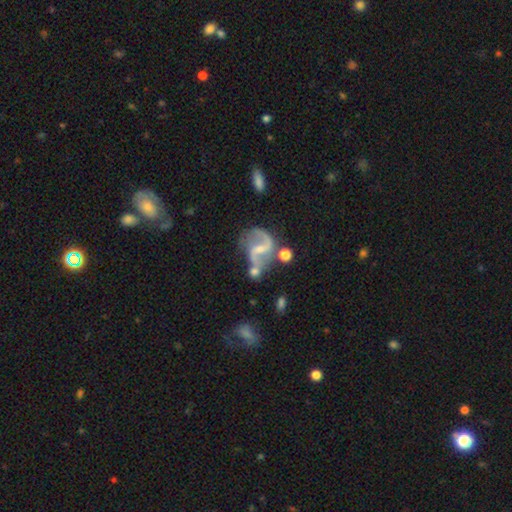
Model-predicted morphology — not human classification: A featured or disk galaxy (83%) with a weak bar (43%), 2 (85%) loose (53%) spiral arms (92%) and a small central bulge (56%).

Vote fractions:
- Smooth or featured? featured or disk: 83% / smooth: 9% / star or artifact: 8%
- Edge-on disk? no: 97% / yes: 3%
- Bar? weak: 43% / strong: 31% / no: 26%
- Spiral arms? yes: 92% / no: 8%
- Spiral winding? loose: 53% / medium: 37% / tight: 10%
- Spiral arm count? 2: 85% / 1: 8% / can't tell: 5% / 3: 1% / 4: 1% / more than 4: 1%
- Bulge size? small: 56% / moderate: 30% / none: 11% / large: 2% / dominant: 1%
- Merging? none: 49% / minor disturbance: 19% / merger: 17% / major disturbance: 15%